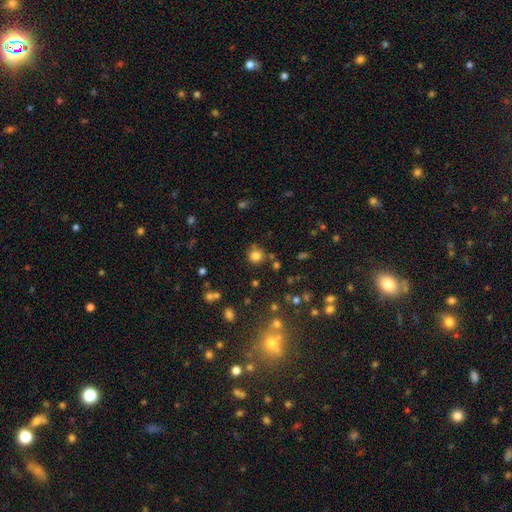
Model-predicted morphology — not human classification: Q: Smooth or featured?
A: smooth (80%); runner-up: star or artifact (15%)
Q: How rounded?
A: round (92%); runner-up: in between (7%)
Q: Merging?
A: none (80%); runner-up: minor disturbance (10%)